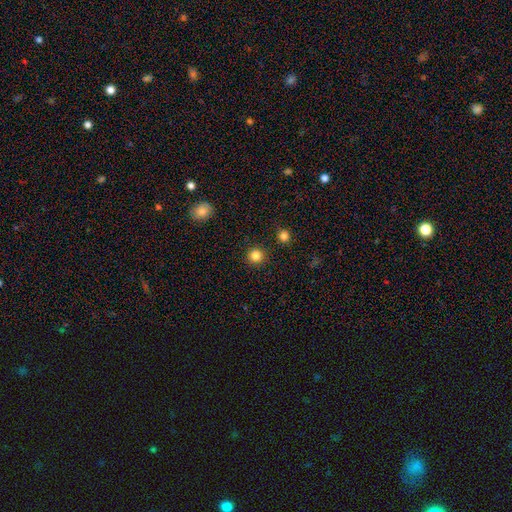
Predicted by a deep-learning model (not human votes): smooth-or-featured: smooth: 84% | star or artifact: 12% | featured or disk: 4%
  how-rounded: round: 94% | in between: 5% | cigar-shaped: 1%
  merging: none: 92% | minor disturbance: 5% | major disturbance: 2% | merger: 2%